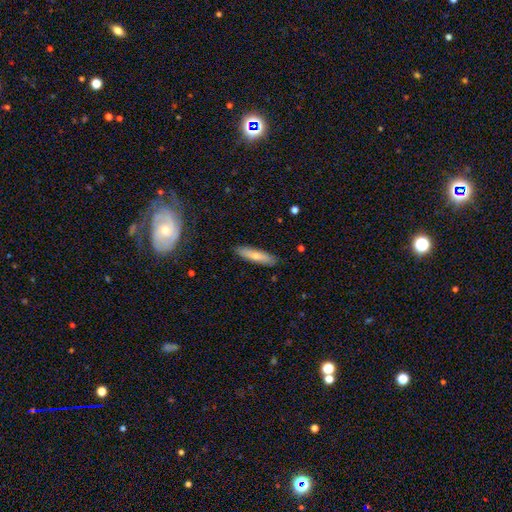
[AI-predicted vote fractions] smooth 70%, featured or disk 24%, star or artifact 6%. Down the decision tree: how rounded — cigar-shaped (74%); merging — none (87%).